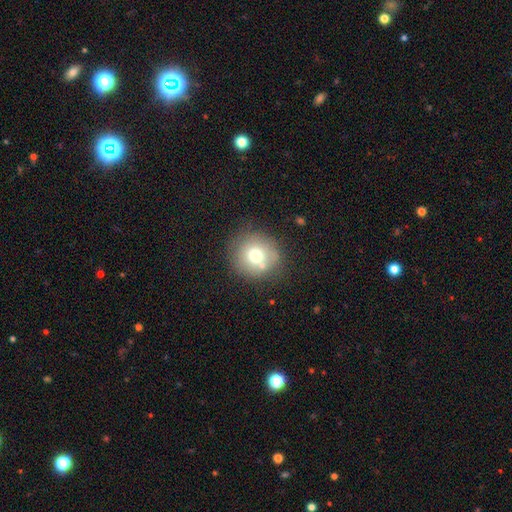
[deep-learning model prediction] A smooth galaxy with no disk features (69%) that is round (90%).

Vote fractions:
- Smooth or featured? smooth: 69% / featured or disk: 19% / star or artifact: 12%
- How rounded? round: 90% / in between: 9% / cigar-shaped: 1%
- Merging? none: 72% / minor disturbance: 13% / merger: 11% / major disturbance: 5%